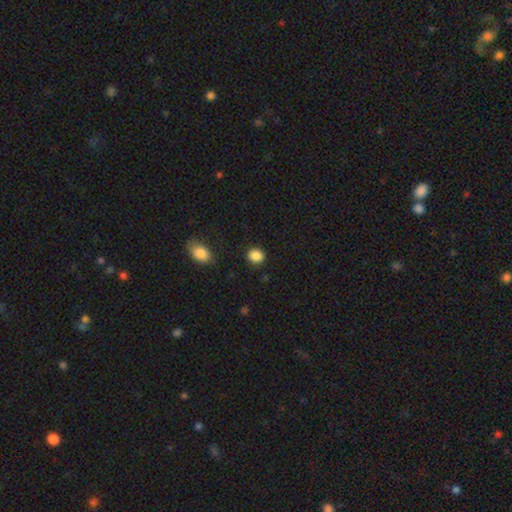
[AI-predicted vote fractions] smooth 88%, star or artifact 9%, featured or disk 3%. Down the decision tree: how rounded — round (78%); merging — none (89%).